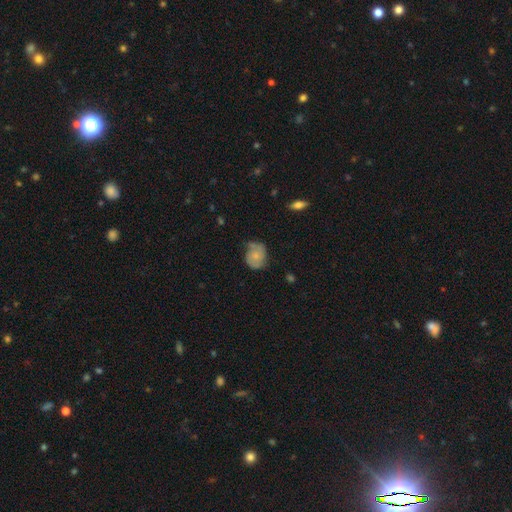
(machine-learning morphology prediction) Smooth or featured? smooth (52%)
How rounded? round (54%)
Merging? none (50%)